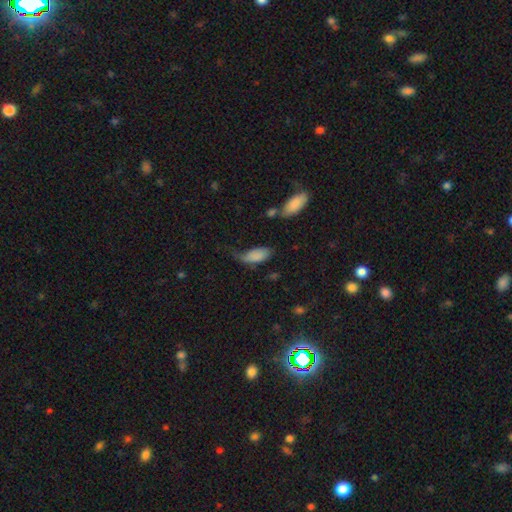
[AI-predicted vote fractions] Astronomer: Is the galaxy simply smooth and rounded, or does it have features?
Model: smooth — 79%.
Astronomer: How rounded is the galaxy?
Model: in between — 91%.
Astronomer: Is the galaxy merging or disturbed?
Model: minor disturbance — 34% (runner-up: major disturbance, 32%).